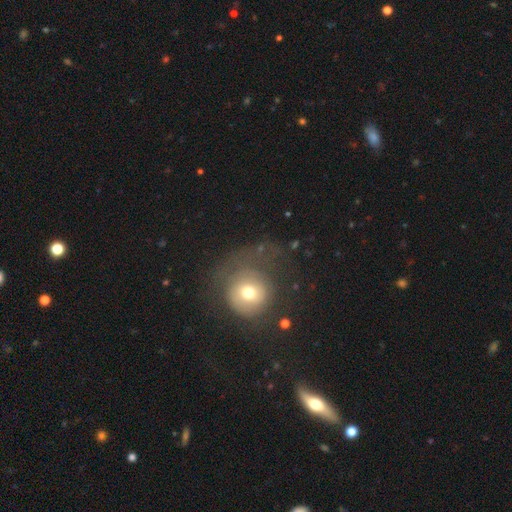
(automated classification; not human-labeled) Overall: smooth (49%; featured or disk 30%). Merging: none (48%; major disturbance 27%).